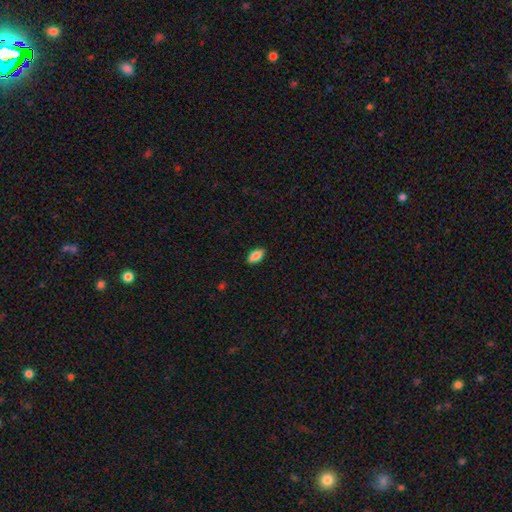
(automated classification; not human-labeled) Smooth or featured?
  - smooth: 83% *
  - featured or disk: 10%
  - star or artifact: 7%
How rounded?
  - in between: 86% *
  - cigar-shaped: 11%
  - round: 3%
Merging?
  - none: 89% *
  - minor disturbance: 8%
  - major disturbance: 2%
  - merger: 1%